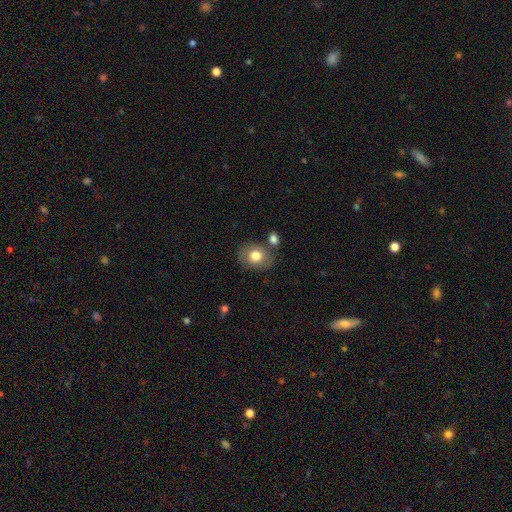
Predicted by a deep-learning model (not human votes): Smooth or featured?
  - smooth: 76% *
  - featured or disk: 15%
  - star or artifact: 9%
How rounded?
  - round: 58% *
  - in between: 41%
  - cigar-shaped: 1%
Merging?
  - none: 70% *
  - minor disturbance: 15%
  - merger: 11%
  - major disturbance: 5%